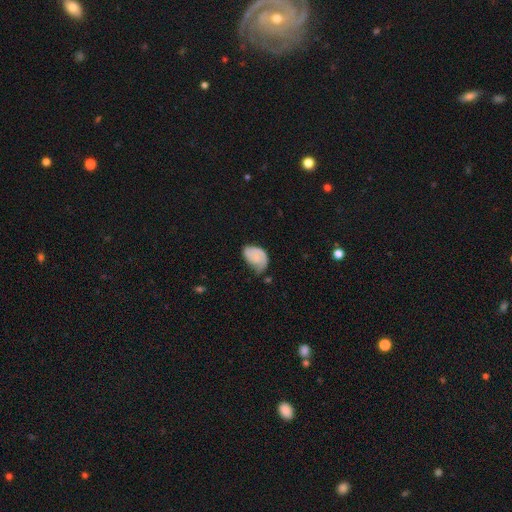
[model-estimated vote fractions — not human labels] Q: Smooth or featured?
A: smooth (51%); runner-up: featured or disk (42%)
Q: How rounded?
A: in between (84%); runner-up: round (15%)
Q: Merging?
A: minor disturbance (38%); runner-up: none (37%)